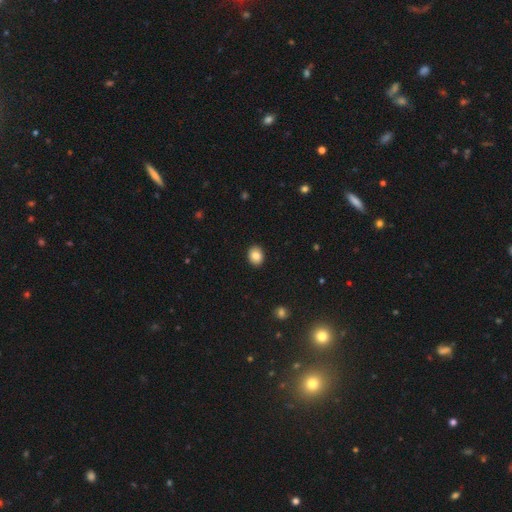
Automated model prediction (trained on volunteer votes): smooth_or_featured: smooth (p=0.85) [alt: star or artifact p=0.08]
how_rounded: round (p=0.51) [alt: in between p=0.48]
merging: none (p=0.91) [alt: minor disturbance p=0.06]